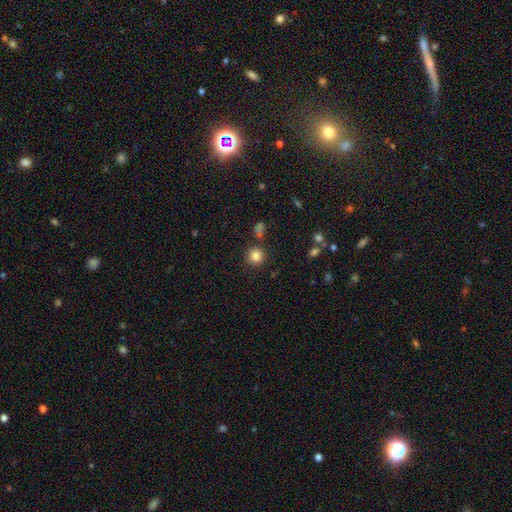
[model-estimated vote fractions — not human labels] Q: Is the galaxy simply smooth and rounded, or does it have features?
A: smooth — 83%.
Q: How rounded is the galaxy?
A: round — 92%.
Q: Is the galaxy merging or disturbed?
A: none — 82%.